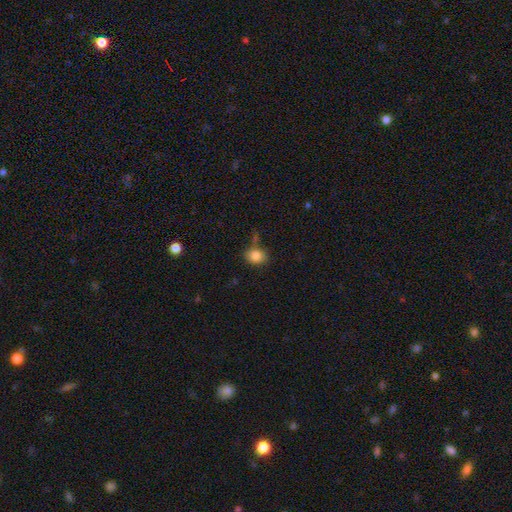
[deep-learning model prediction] Smooth or featured? Predicted: smooth (p=0.85). How rounded? Predicted: round (p=0.52). Merging? Predicted: none (p=0.68).